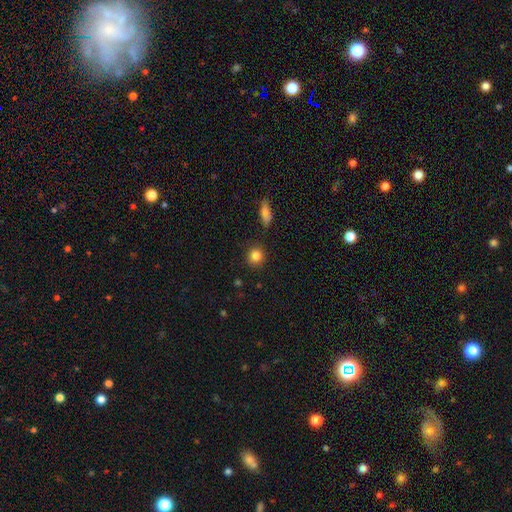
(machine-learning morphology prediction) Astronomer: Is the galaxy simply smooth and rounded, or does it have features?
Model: smooth — 85%.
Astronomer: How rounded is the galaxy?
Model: round — 88%.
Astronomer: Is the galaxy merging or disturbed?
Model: none — 88%.